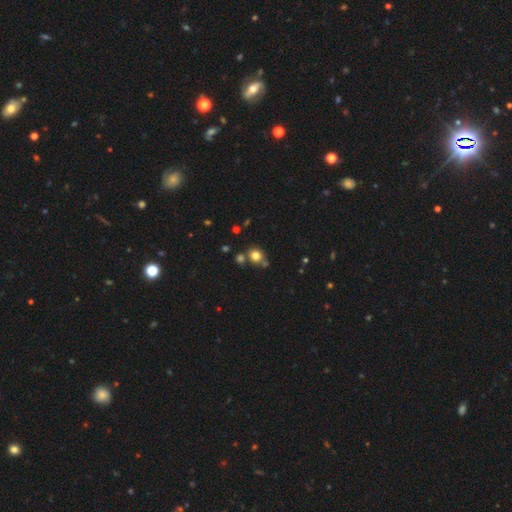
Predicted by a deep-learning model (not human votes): Overall: smooth (78%). How rounded: round (74%). Merging: none (67%).